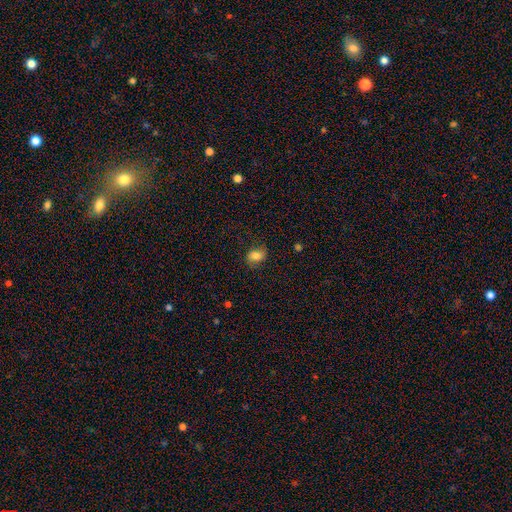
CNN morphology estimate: smooth 77%, featured or disk 14%, star or artifact 9%. Down the decision tree: how rounded — in between (66%); merging — none (73%).